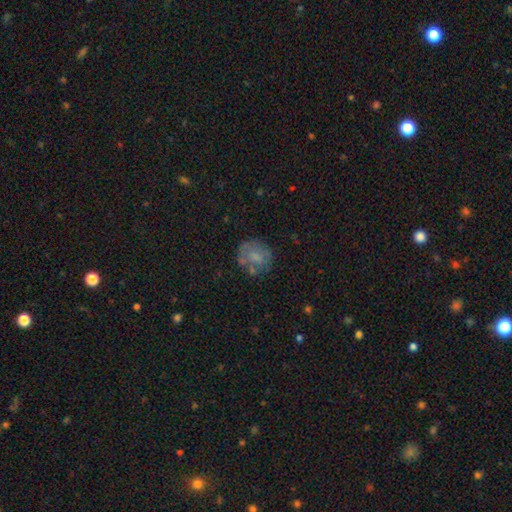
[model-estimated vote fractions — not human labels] Smooth or featured: smooth — 59% (featured or disk — 31%)
How rounded: round — 76% (in between — 23%)
Merging: none — 61% (minor disturbance — 21%)